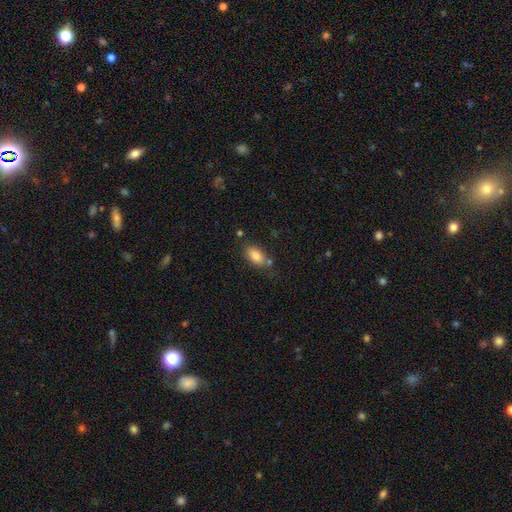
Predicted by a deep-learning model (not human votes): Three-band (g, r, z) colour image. It shows a smooth galaxy with no disk features (83%) that is in between round and cigar-shaped (89%). Merging: none (66%).